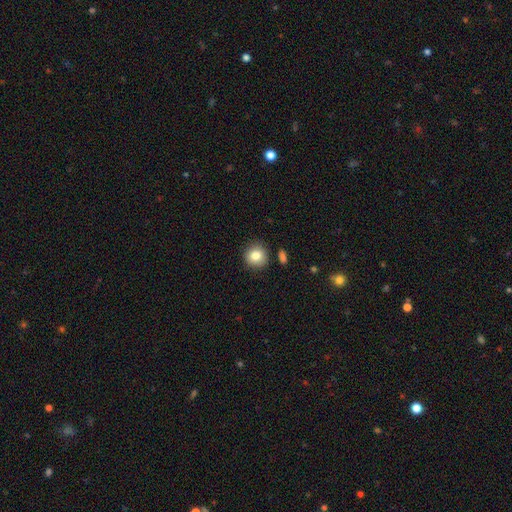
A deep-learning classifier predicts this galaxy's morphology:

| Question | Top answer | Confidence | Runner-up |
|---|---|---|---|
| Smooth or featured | smooth | 83% | star or artifact (10%) |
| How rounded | round | 90% | in between (9%) |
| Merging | none | 86% | minor disturbance (9%) |